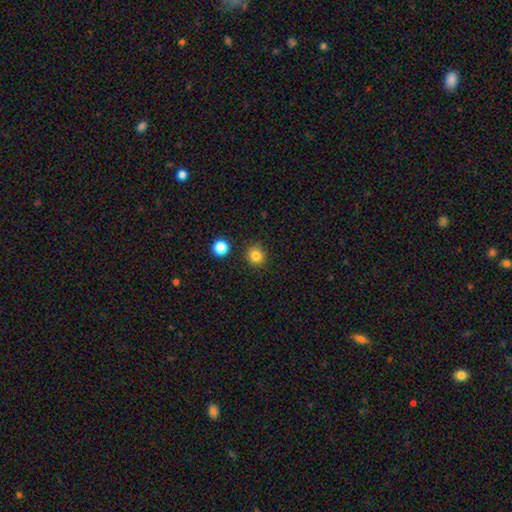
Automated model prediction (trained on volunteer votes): Overall: smooth (83%). How rounded: round (91%). Merging: none (90%).